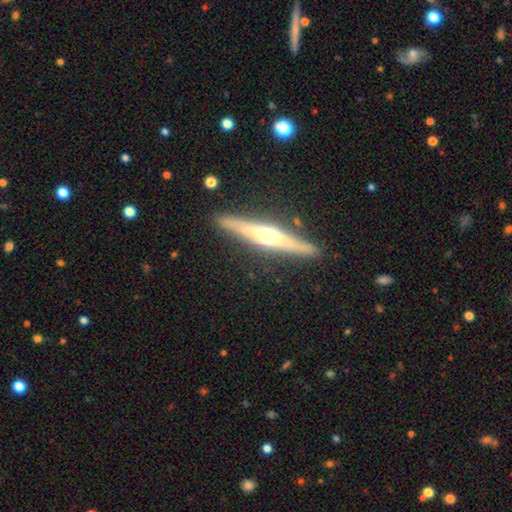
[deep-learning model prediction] This appears to be a featured or disk galaxy (81%) viewed edge-on (98%) with a rounded central bulge (88%). Merging: none (89%).